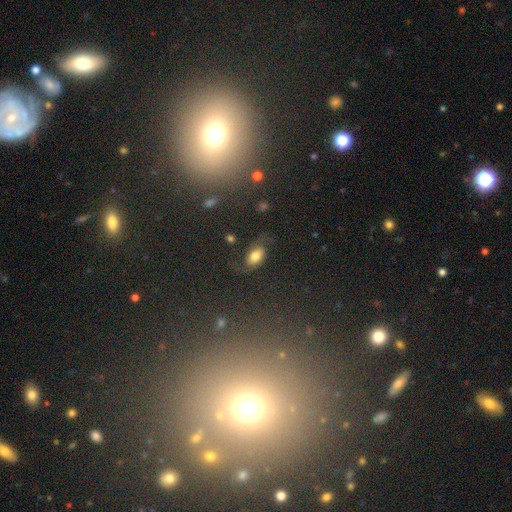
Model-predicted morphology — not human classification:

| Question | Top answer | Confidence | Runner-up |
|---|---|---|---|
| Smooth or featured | smooth | 62% | featured or disk (25%) |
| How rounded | in between | 89% | round (8%) |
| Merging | none | 65% | minor disturbance (20%) |